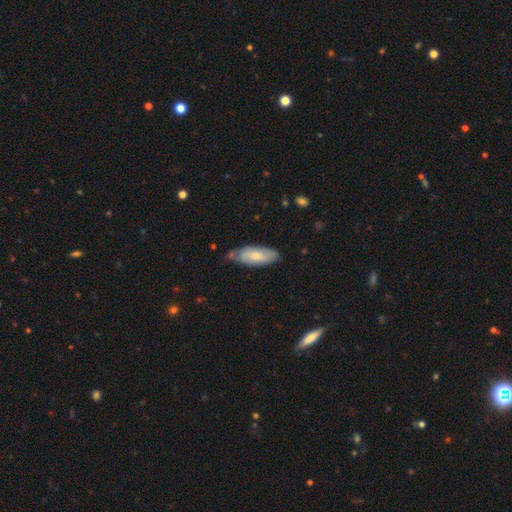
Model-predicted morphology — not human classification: Smooth or featured? Predicted: smooth (p=0.63). How rounded? Predicted: in between (p=0.77). Merging? Predicted: none (p=0.58).